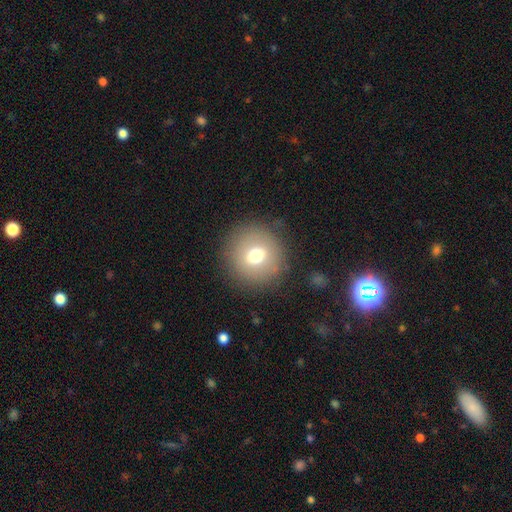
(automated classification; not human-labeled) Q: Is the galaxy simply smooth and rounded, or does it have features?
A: smooth — 70%.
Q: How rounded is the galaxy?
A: round — 94%.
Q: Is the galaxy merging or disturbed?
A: none — 87%.